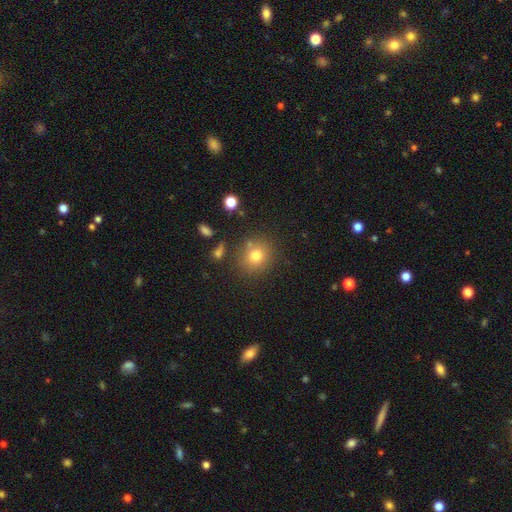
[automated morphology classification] Overall: smooth (76%). How rounded: round (82%). Merging: none (80%).